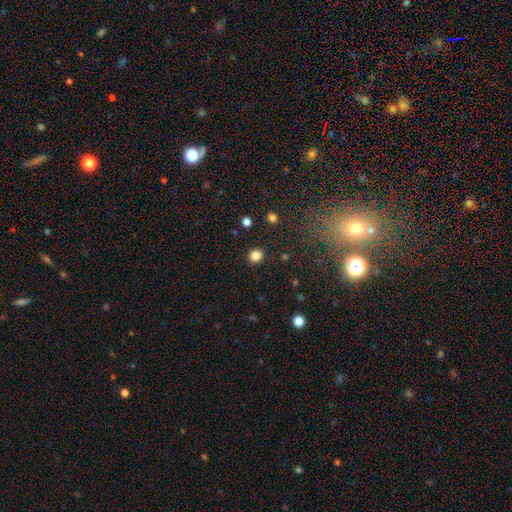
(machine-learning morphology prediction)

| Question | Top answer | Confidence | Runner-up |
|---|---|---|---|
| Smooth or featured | smooth | 84% | star or artifact (13%) |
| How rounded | round | 89% | in between (10%) |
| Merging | none | 92% | minor disturbance (5%) |